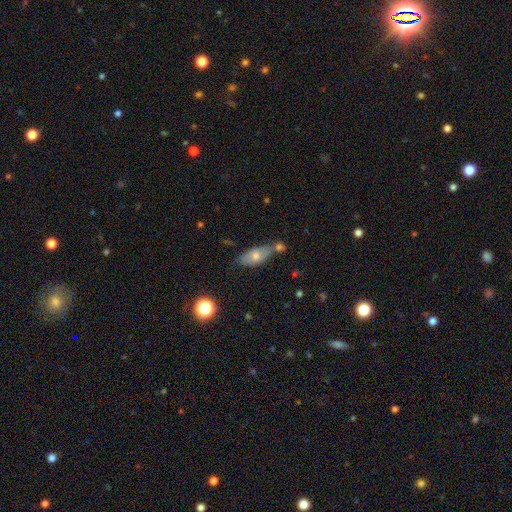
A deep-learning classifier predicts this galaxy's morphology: Smooth or featured?
  - smooth: 59% *
  - featured or disk: 31%
  - star or artifact: 9%
How rounded?
  - in between: 75% *
  - cigar-shaped: 20%
  - round: 5%
Merging?
  - none: 50% *
  - merger: 26%
  - minor disturbance: 19%
  - major disturbance: 6%